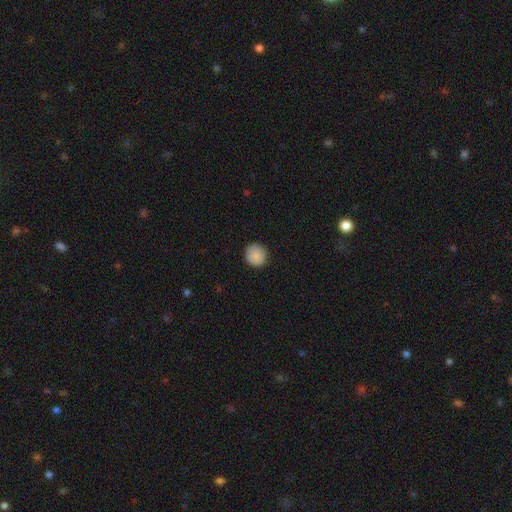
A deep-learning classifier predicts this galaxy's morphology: smooth_or_featured: smooth (p=0.88) [alt: star or artifact p=0.08]
how_rounded: round (p=0.91) [alt: in between p=0.08]
merging: none (p=0.89) [alt: minor disturbance p=0.08]